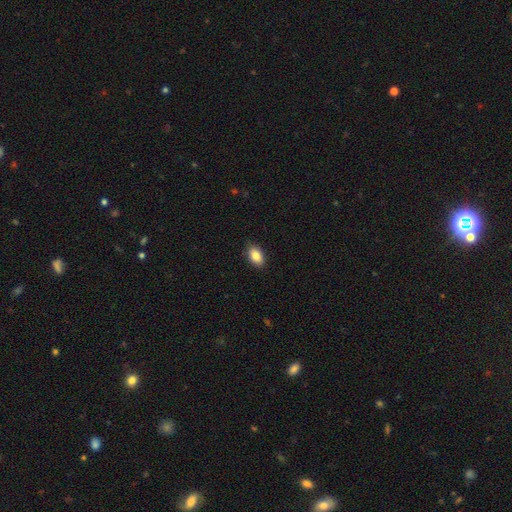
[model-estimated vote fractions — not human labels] Smooth or featured? smooth (86%)
How rounded? in between (92%)
Merging? none (88%)